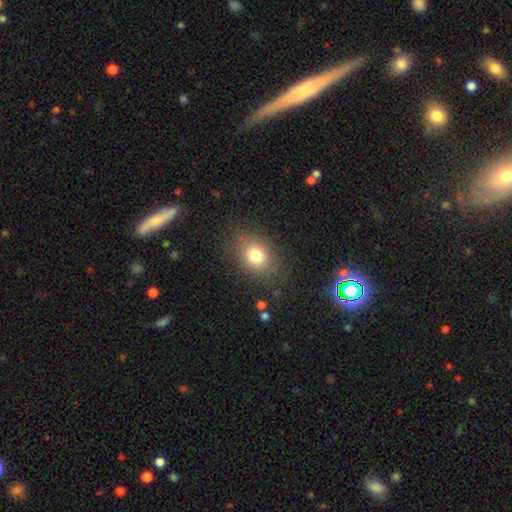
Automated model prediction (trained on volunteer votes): A smooth galaxy with no disk features (79%) that is in between round and cigar-shaped (56%). Merging: none (82%).